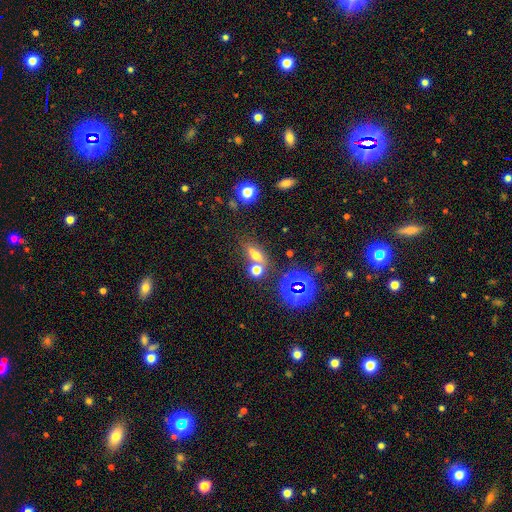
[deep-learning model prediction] Smooth or featured?
  - smooth: 53% *
  - star or artifact: 29%
  - featured or disk: 18%
How rounded?
  - in between: 59% *
  - round: 23%
  - cigar-shaped: 18%
Merging?
  - none: 54% *
  - merger: 28%
  - minor disturbance: 12%
  - major disturbance: 6%